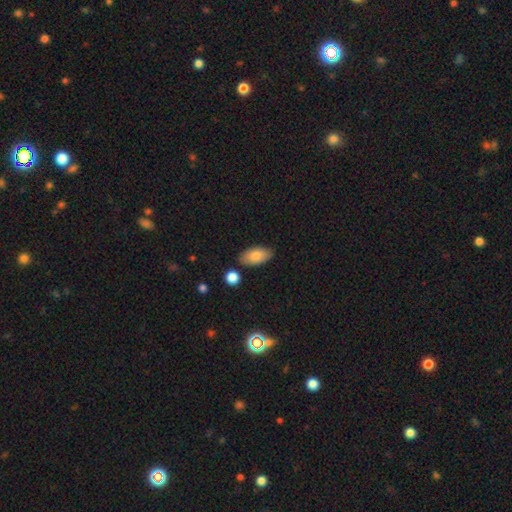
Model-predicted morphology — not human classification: Smooth or featured?
  - smooth: 83% *
  - featured or disk: 10%
  - star or artifact: 7%
How rounded?
  - in between: 93% *
  - cigar-shaped: 3%
  - round: 3%
Merging?
  - none: 80% *
  - minor disturbance: 13%
  - merger: 4%
  - major disturbance: 3%